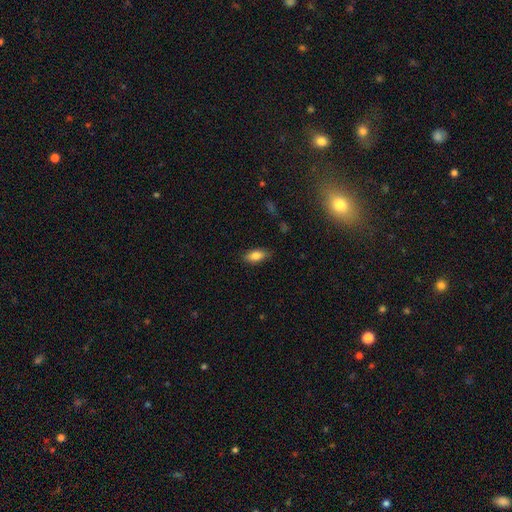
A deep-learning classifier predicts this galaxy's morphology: type=smooth (83%); roundness=in between (84%); merging=none (83%).